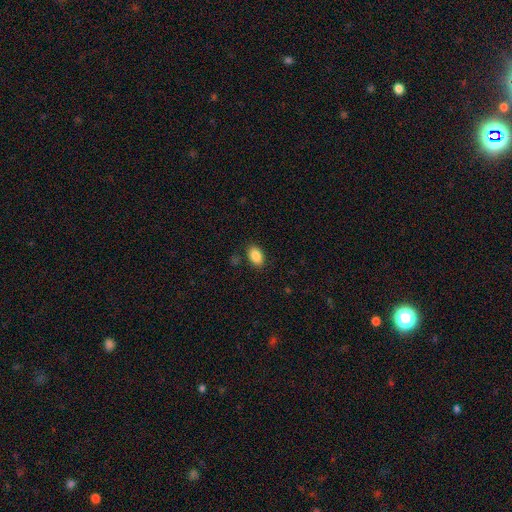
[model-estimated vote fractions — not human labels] This appears to be a smooth galaxy with no disk features (88%) that is in between round and cigar-shaped (92%). Merging: none (86%).